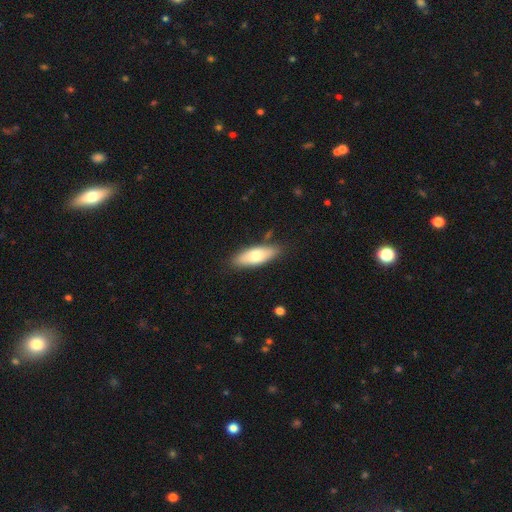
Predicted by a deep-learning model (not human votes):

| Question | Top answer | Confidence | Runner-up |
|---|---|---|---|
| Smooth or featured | smooth | 71% | featured or disk (23%) |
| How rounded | in between | 65% | cigar-shaped (33%) |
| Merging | none | 83% | minor disturbance (12%) |